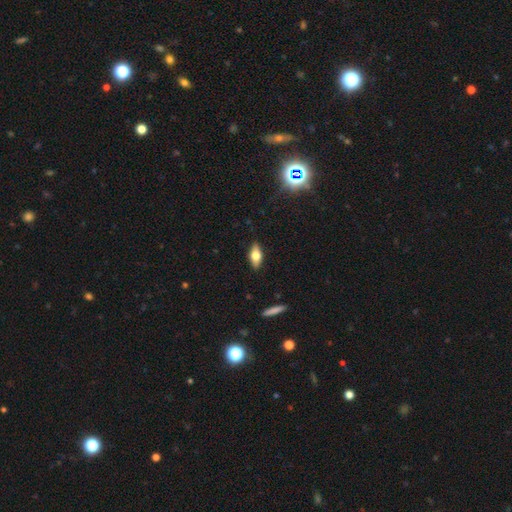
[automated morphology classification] smooth_or_featured: smooth (p=0.59) [alt: featured or disk p=0.33]
how_rounded: in between (p=0.77) [alt: cigar-shaped p=0.19]
merging: none (p=0.87) [alt: minor disturbance p=0.09]